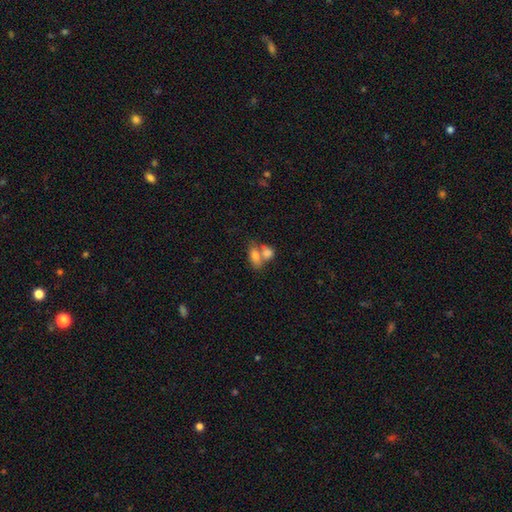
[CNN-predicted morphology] Smooth or featured: smooth — 77% (featured or disk — 15%)
How rounded: in between — 83% (round — 13%)
Merging: merger — 61% (none — 26%)